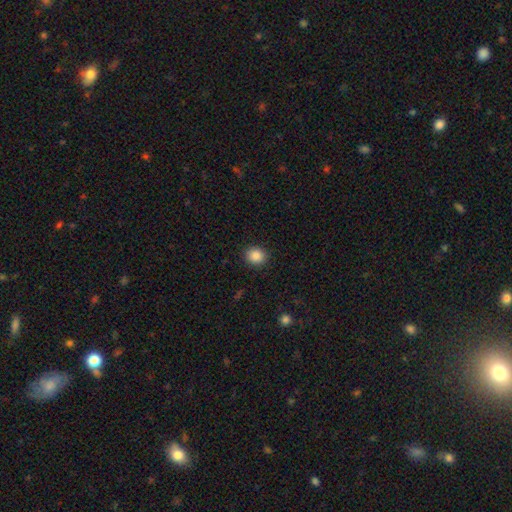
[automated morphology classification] Smooth or featured? Predicted: smooth (p=0.87). How rounded? Predicted: round (p=0.80). Merging? Predicted: none (p=0.91).